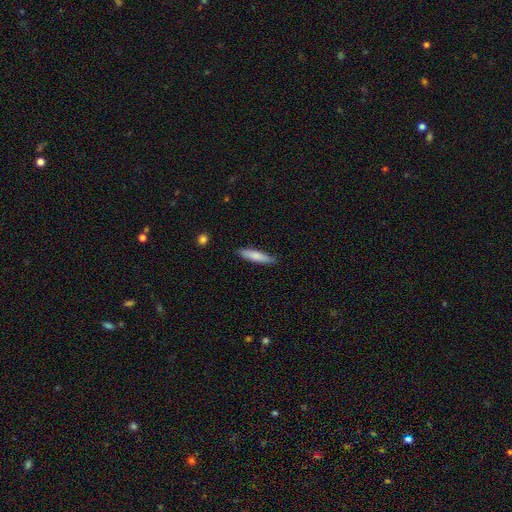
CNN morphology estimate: A smooth galaxy with no disk features (78%) that is cigar-shaped (80%).

Vote fractions:
- Smooth or featured? smooth: 78% / featured or disk: 17% / star or artifact: 6%
- How rounded? cigar-shaped: 80% / in between: 19% / round: 1%
- Merging? none: 86% / minor disturbance: 11% / major disturbance: 2% / merger: 1%